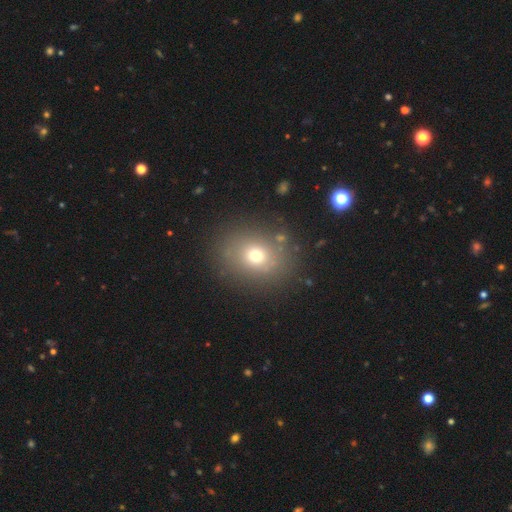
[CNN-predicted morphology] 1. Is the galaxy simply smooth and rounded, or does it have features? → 69% smooth, 16% star or artifact, 15% featured or disk.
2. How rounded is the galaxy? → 59% round, 40% in between, 1% cigar-shaped.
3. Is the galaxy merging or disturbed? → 83% none, 10% minor disturbance, 5% major disturbance, 3% merger.